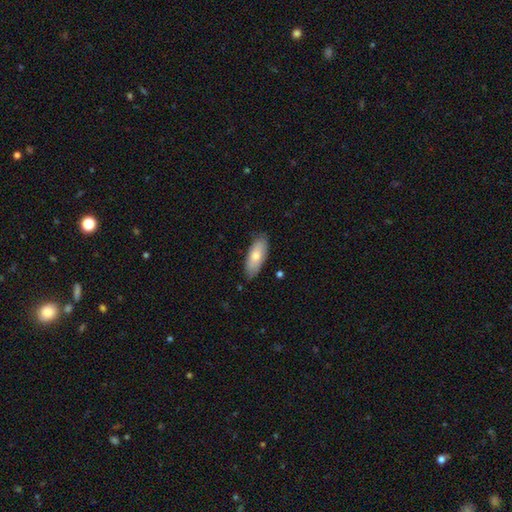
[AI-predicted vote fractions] Smooth or featured? Predicted: smooth (p=0.72). How rounded? Predicted: in between (p=0.76). Merging? Predicted: none (p=0.84).